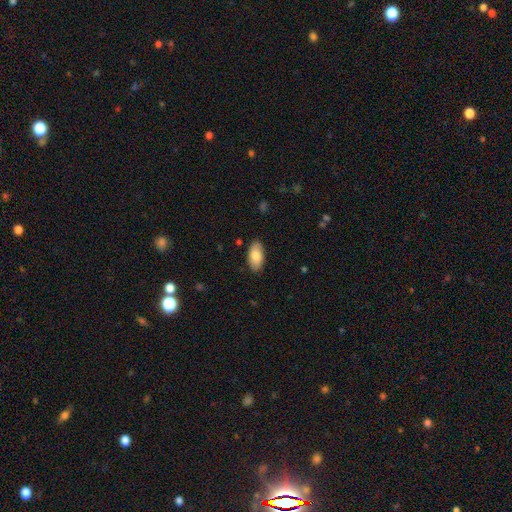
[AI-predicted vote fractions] Smooth or featured? Predicted: smooth (p=0.83). How rounded? Predicted: in between (p=0.94). Merging? Predicted: none (p=0.88).